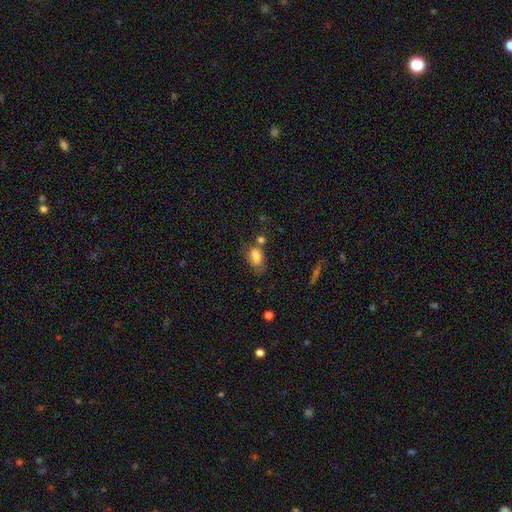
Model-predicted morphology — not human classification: The model was most divided on "merging": none: 43%, minor disturbance: 26%, merger: 18%, major disturbance: 13%. More confident: how rounded — in between (87%); smooth or featured — smooth (78%).